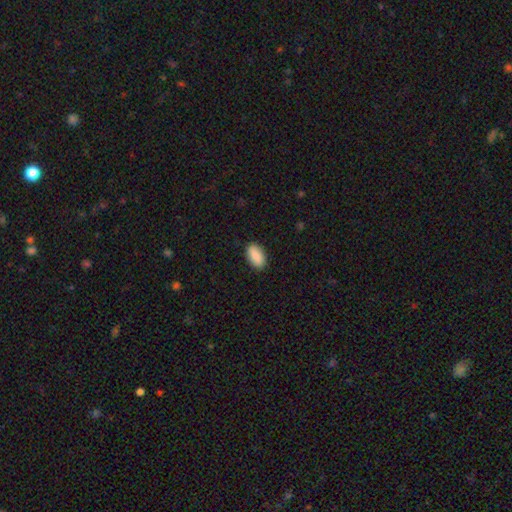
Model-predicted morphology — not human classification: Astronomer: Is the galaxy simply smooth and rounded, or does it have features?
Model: smooth — 90%.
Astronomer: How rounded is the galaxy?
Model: in between — 94%.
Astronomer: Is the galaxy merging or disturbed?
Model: none — 89%.